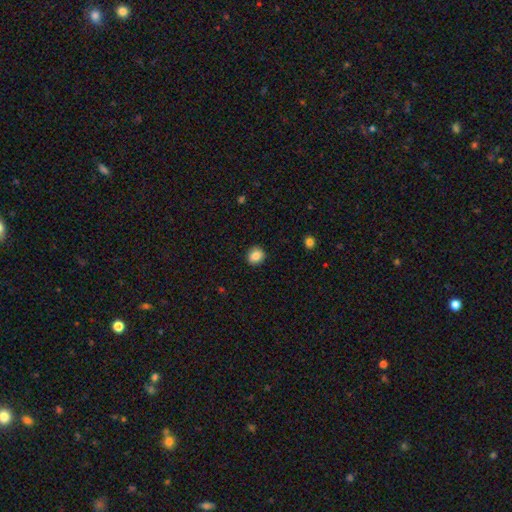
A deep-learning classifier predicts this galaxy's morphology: A smooth galaxy with no disk features (86%) that is round (75%).

Vote fractions:
- Smooth or featured? smooth: 86% / star or artifact: 9% / featured or disk: 5%
- How rounded? round: 75% / in between: 24% / cigar-shaped: 1%
- Merging? none: 91% / minor disturbance: 6% / major disturbance: 2% / merger: 1%